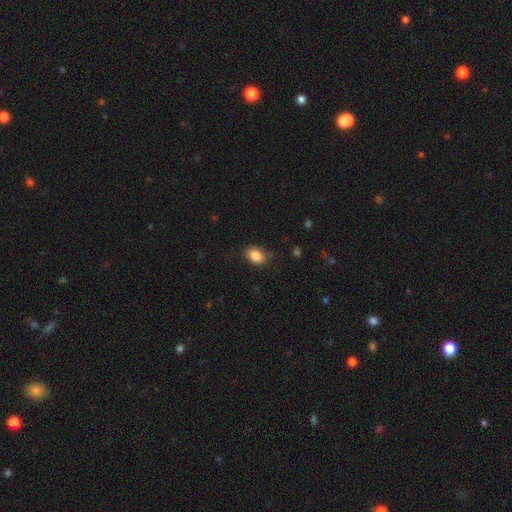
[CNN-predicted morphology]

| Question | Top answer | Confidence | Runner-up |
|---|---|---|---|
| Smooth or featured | smooth | 86% | star or artifact (8%) |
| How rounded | in between | 76% | round (23%) |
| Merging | none | 77% | minor disturbance (17%) |